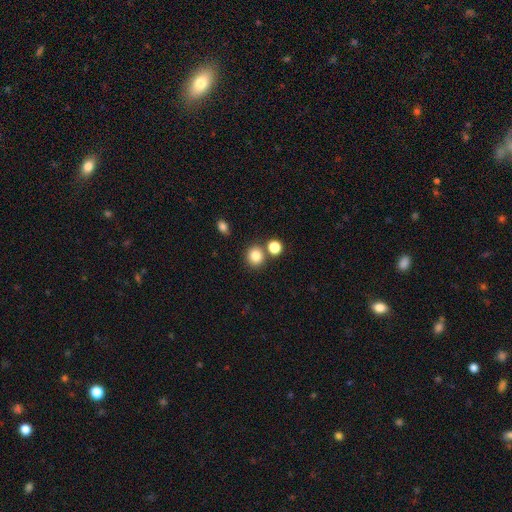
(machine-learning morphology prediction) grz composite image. It shows a smooth galaxy with no disk features (83%) that is round (84%). Merging: none (75%).